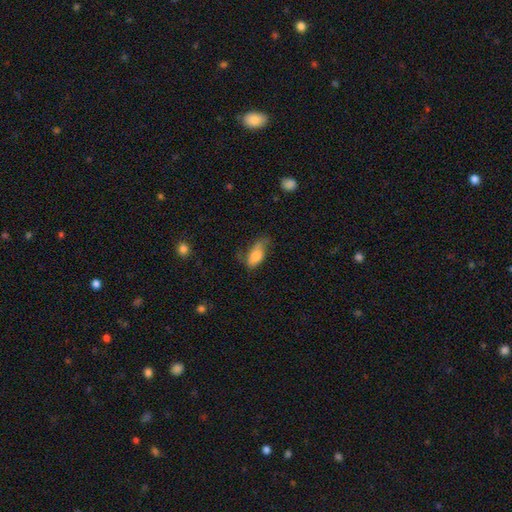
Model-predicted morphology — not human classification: This appears to be a smooth galaxy with no disk features (70%) that is in between round and cigar-shaped (85%). Merging: none (39%).